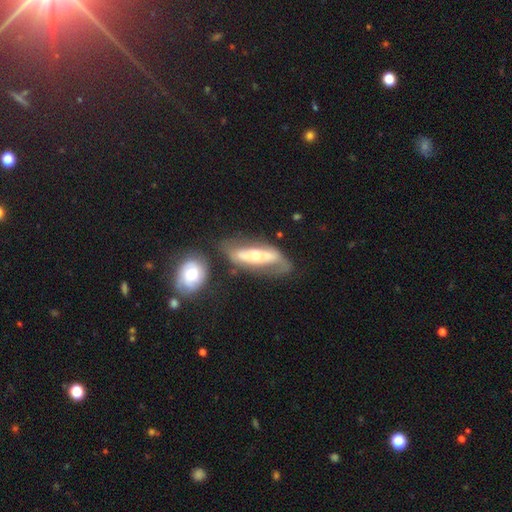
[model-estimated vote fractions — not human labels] Smooth or featured? featured or disk (67%)
Edge-on disk? no (78%)
Bar? no (54%)
Spiral arms? yes (60%)
Bulge size? moderate (63%)
Merging? none (43%)